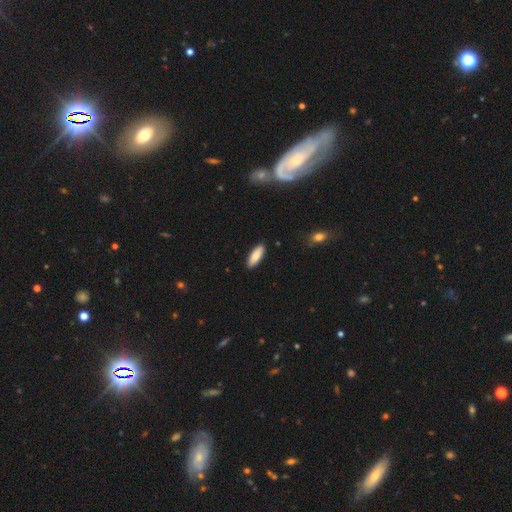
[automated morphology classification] A smooth galaxy with no disk features (85%) that is in between round and cigar-shaped (63%).

Vote fractions:
- Smooth or featured? smooth: 85% / featured or disk: 9% / star or artifact: 6%
- How rounded? in between: 63% / cigar-shaped: 36% / round: 2%
- Merging? none: 89% / minor disturbance: 8% / major disturbance: 2% / merger: 1%